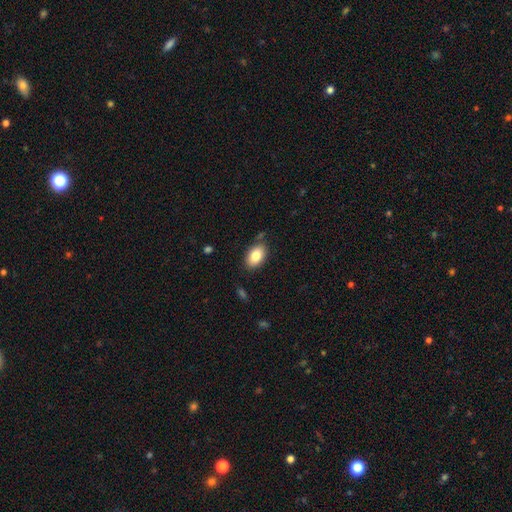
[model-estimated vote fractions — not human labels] Overall: smooth (83%). How rounded: in between (89%). Merging: none (82%).